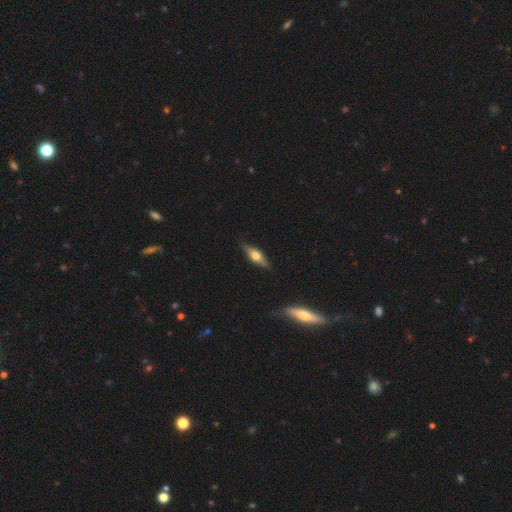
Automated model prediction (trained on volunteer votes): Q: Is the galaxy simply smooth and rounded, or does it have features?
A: featured or disk — 49%.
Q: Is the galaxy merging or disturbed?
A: none — 85%.